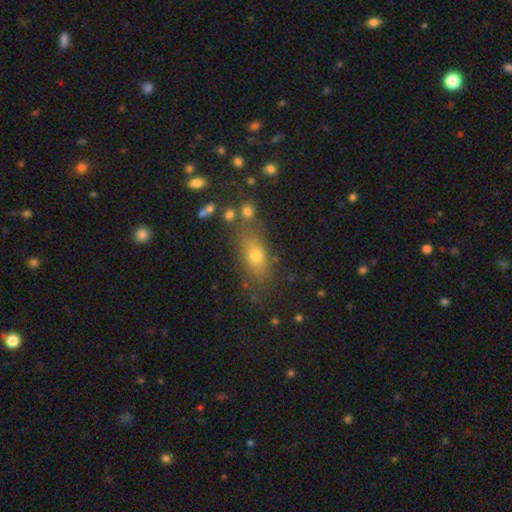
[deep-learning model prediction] Smooth or featured: smooth — 68% (featured or disk — 17%)
How rounded: in between — 69% (cigar-shaped — 16%)
Merging: none — 70% (minor disturbance — 15%)